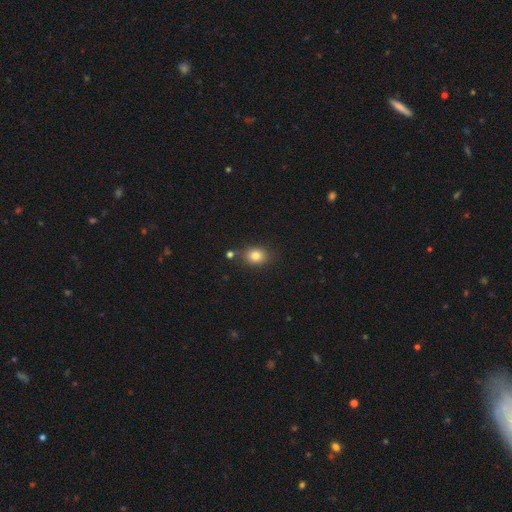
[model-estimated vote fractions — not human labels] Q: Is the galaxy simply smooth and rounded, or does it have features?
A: smooth — 82%.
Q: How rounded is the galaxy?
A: round — 50%.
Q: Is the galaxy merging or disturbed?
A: none — 75%.